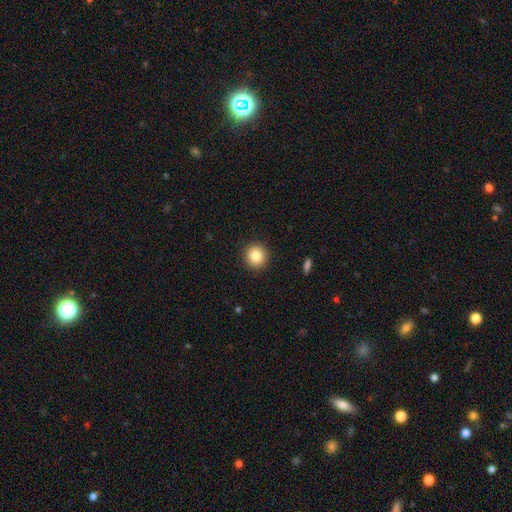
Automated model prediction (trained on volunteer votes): Smooth or featured?
  - smooth: 86% *
  - star or artifact: 9%
  - featured or disk: 5%
How rounded?
  - round: 93% *
  - in between: 6%
  - cigar-shaped: 1%
Merging?
  - none: 91% *
  - minor disturbance: 6%
  - major disturbance: 2%
  - merger: 1%